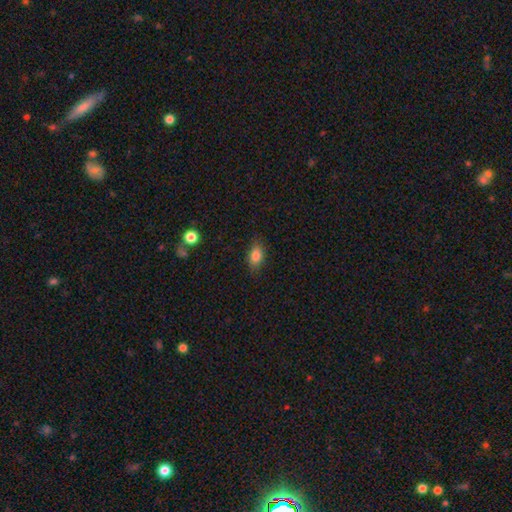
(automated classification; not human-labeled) Morphology: type=smooth (84%); roundness=in between (85%); merging=none (82%).